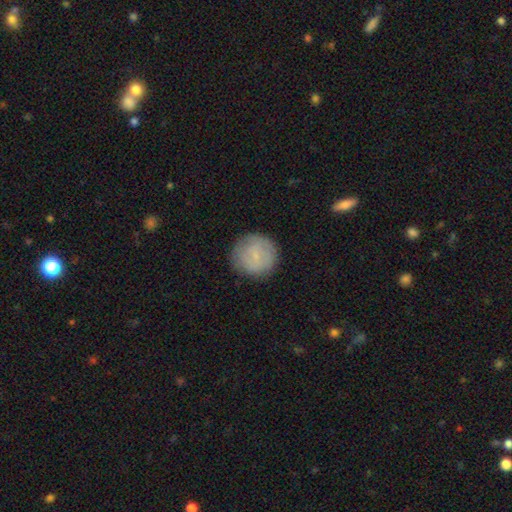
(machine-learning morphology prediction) A smooth galaxy with no disk features (73%) that is round (94%). Merging: none (84%).